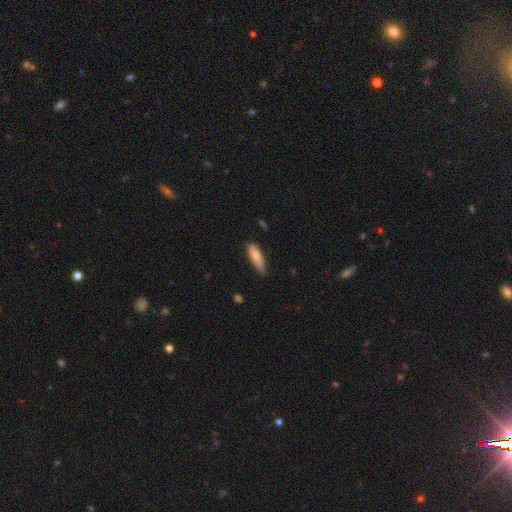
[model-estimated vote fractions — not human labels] Q: Smooth or featured?
A: smooth (80%); runner-up: featured or disk (14%)
Q: How rounded?
A: cigar-shaped (56%); runner-up: in between (42%)
Q: Merging?
A: none (72%); runner-up: minor disturbance (23%)